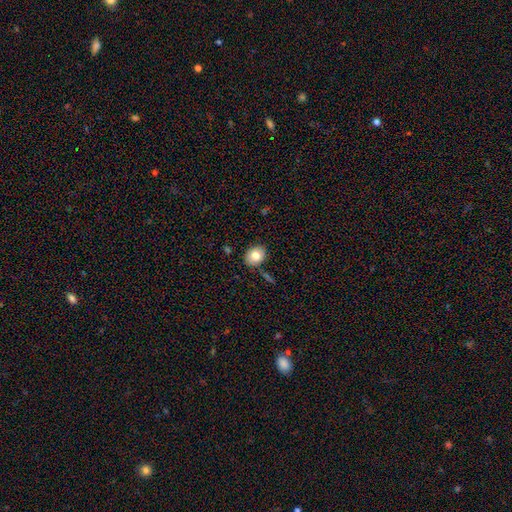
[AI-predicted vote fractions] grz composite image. It shows a smooth galaxy with no disk features (79%) that is in between round and cigar-shaped (57%). Merging: none (82%).